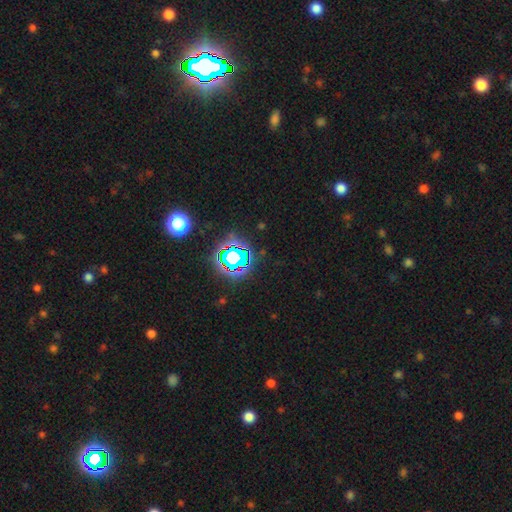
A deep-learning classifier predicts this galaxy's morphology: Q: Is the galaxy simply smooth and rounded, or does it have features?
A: star or artifact — 80%.